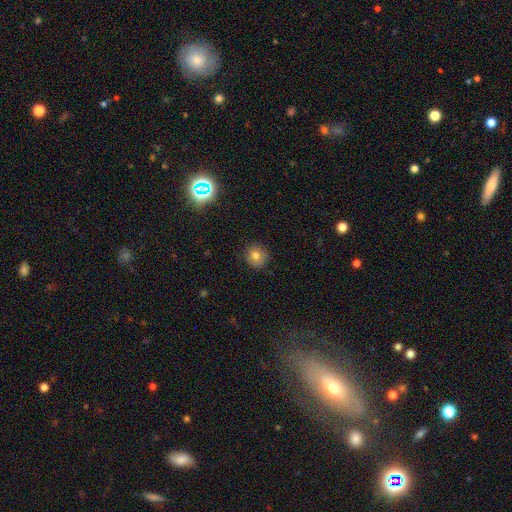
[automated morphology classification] A smooth galaxy with no disk features (77%) that is round (92%).

Vote fractions:
- Smooth or featured? smooth: 77% / star or artifact: 14% / featured or disk: 9%
- How rounded? round: 92% / in between: 7% / cigar-shaped: 1%
- Merging? none: 87% / minor disturbance: 9% / major disturbance: 2% / merger: 1%